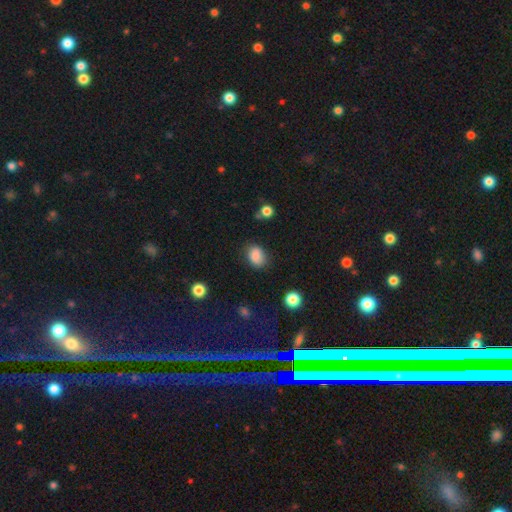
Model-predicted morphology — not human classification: smooth 86%, star or artifact 9%, featured or disk 5%. Down the decision tree: how rounded — in between (66%); merging — none (76%).